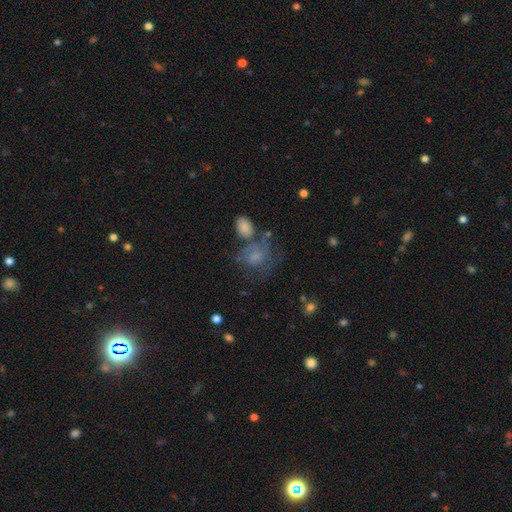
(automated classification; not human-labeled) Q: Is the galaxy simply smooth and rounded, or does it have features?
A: smooth — 45%.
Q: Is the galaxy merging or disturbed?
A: none — 40%.